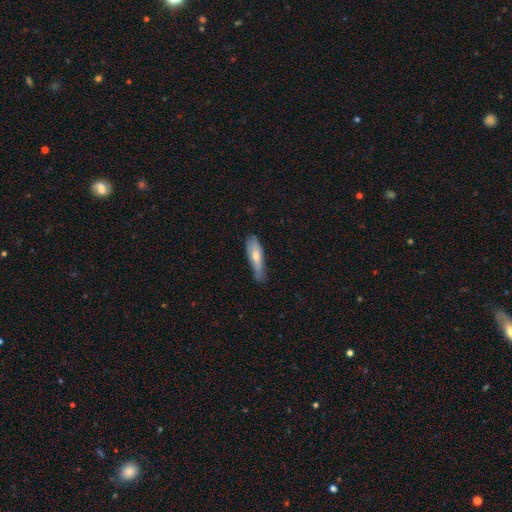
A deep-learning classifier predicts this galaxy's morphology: Q: Smooth or featured?
A: smooth (58%); runner-up: featured or disk (36%)
Q: How rounded?
A: cigar-shaped (66%); runner-up: in between (32%)
Q: Merging?
A: none (64%); runner-up: minor disturbance (29%)